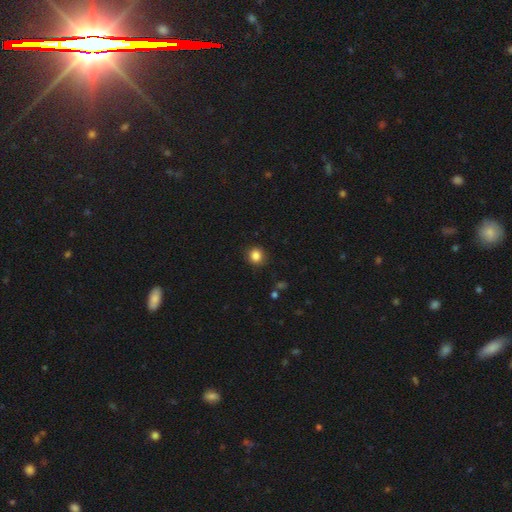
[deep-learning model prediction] Overall: smooth (85%). How rounded: round (87%). Merging: none (89%).